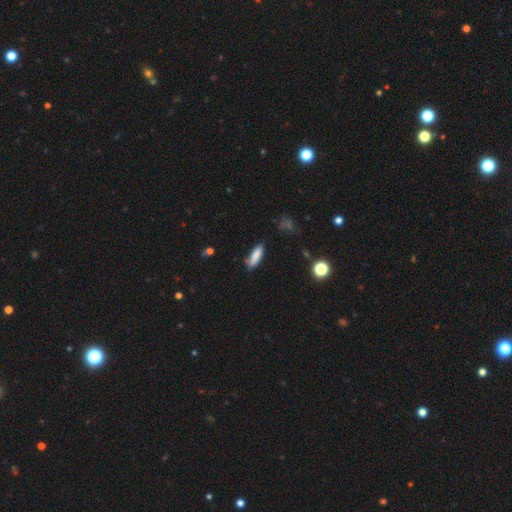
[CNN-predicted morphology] A smooth galaxy with no disk features (83%) that is in between round and cigar-shaped (49%, tied with cigar-shaped).

Vote fractions:
- Smooth or featured? smooth: 83% / featured or disk: 9% / star or artifact: 8%
- How rounded? in between: 49% (tied) / cigar-shaped: 49% (tied) / round: 2%
- Merging? none: 71% / minor disturbance: 21% / major disturbance: 4% / merger: 3%